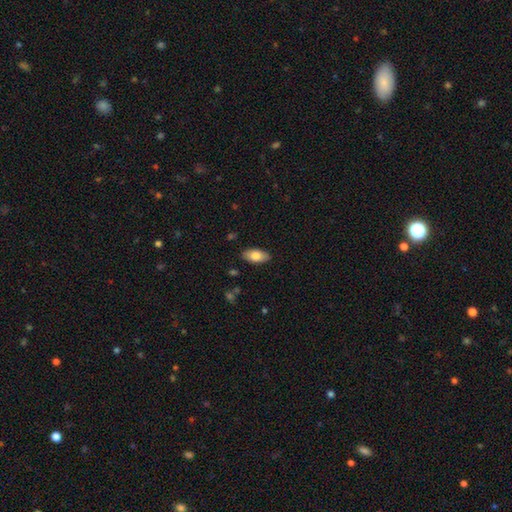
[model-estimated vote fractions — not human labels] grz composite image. It shows a smooth galaxy with no disk features (79%) that is in between round and cigar-shaped (92%). Merging: none (87%).